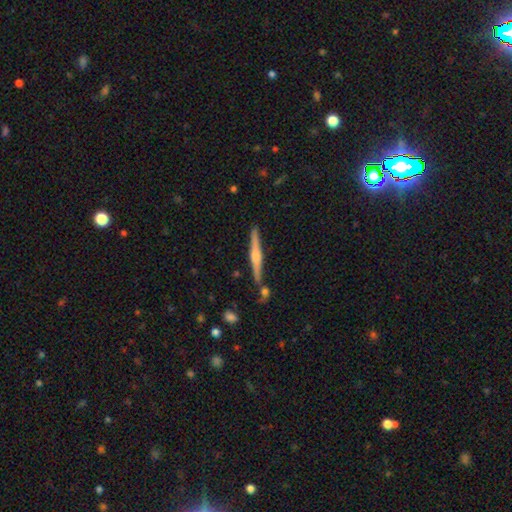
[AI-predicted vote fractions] This appears to be a featured or disk galaxy (71%) viewed edge-on (98%) with a rounded central bulge (80%). Merging: none (84%).